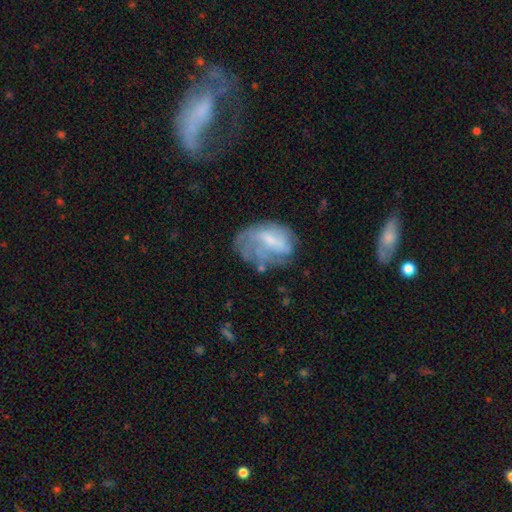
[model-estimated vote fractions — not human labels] Smooth or featured? featured or disk (53%)
Edge-on disk? no (96%)
Bar? weak (43%)
Spiral arms? no (51%)
Bulge size? small (37%)
Merging? none (41%)